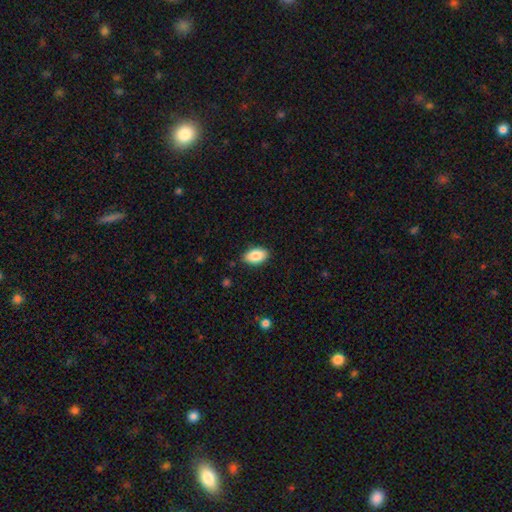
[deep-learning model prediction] Morphology: type=smooth (86%); roundness=in between (93%); merging=none (87%).